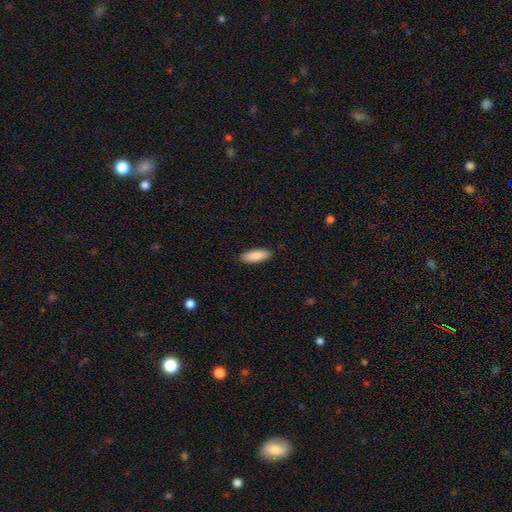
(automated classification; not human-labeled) This is clearly a smooth galaxy (89%). How rounded: likely in between (67%). Merging: clearly none (89%).